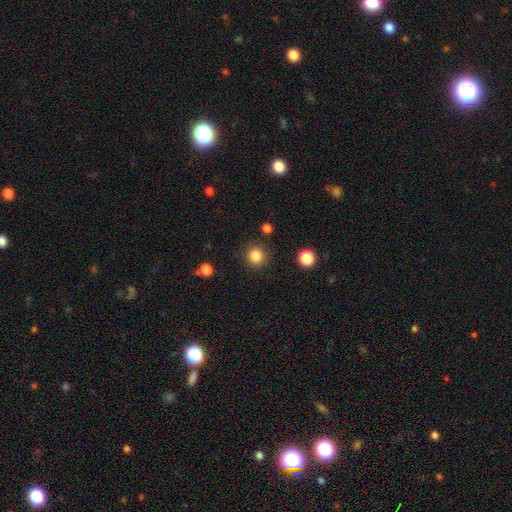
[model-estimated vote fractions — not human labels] Morphology: type=smooth (85%); roundness=round (92%); merging=none (88%).